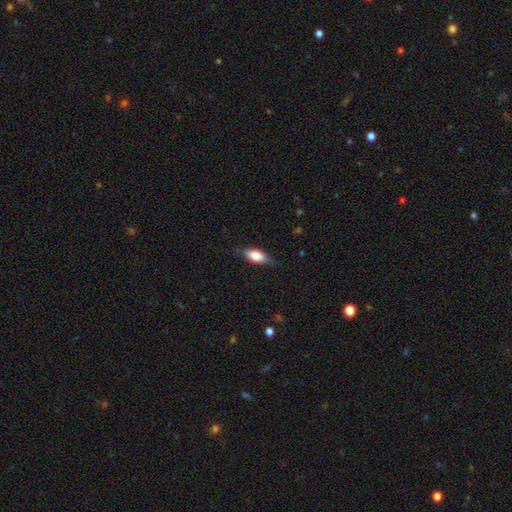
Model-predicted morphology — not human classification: type=smooth (78%); roundness=in between (85%); merging=none (75%).